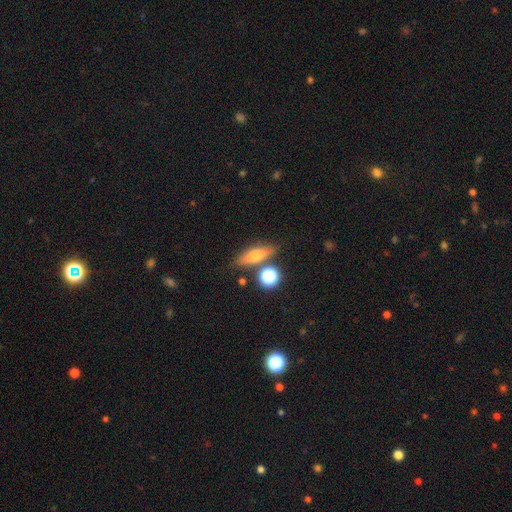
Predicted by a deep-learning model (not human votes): A smooth galaxy with no disk features (56%) that is in between round and cigar-shaped (47%). Merging: none (75%).